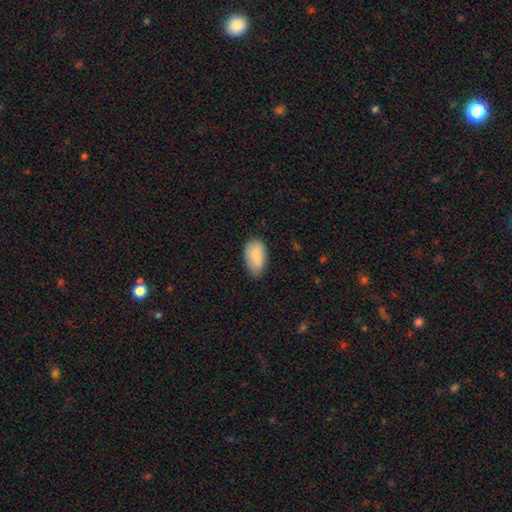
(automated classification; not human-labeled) smooth_or_featured: smooth (p=0.86) [alt: featured or disk p=0.08]
how_rounded: in between (p=0.94) [alt: round p=0.04]
merging: none (p=0.72) [alt: minor disturbance p=0.23]